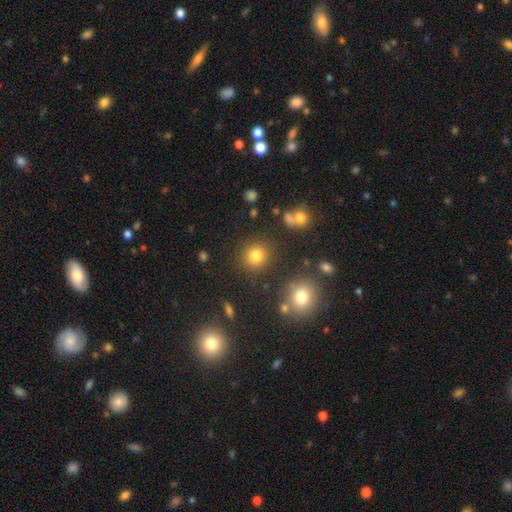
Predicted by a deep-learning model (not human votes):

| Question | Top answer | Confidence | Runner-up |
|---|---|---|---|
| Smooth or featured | smooth | 80% | star or artifact (14%) |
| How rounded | round | 87% | in between (12%) |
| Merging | none | 84% | minor disturbance (8%) |